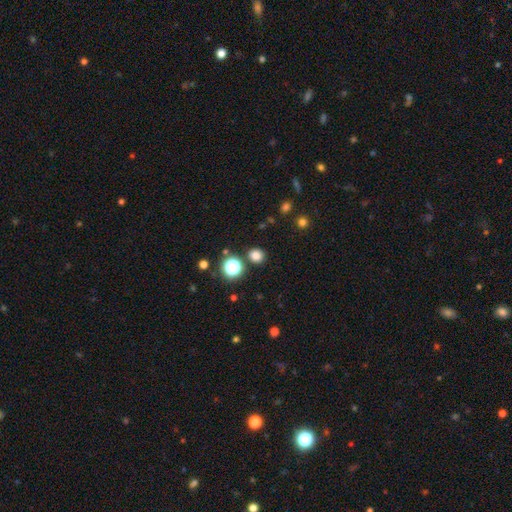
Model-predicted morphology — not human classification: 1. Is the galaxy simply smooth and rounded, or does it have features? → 78% smooth, 18% star or artifact, 4% featured or disk.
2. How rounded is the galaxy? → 88% round, 11% in between, 1% cigar-shaped.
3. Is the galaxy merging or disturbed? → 85% none, 7% minor disturbance, 5% merger, 3% major disturbance.